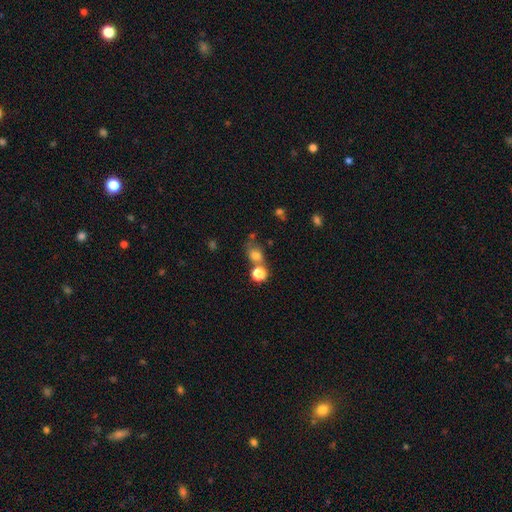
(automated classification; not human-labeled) The model was most divided on "how rounded": round: 51%, in between: 46%, cigar-shaped: 2%. Remaining: smooth or featured — smooth (71%); merging — none (47%).